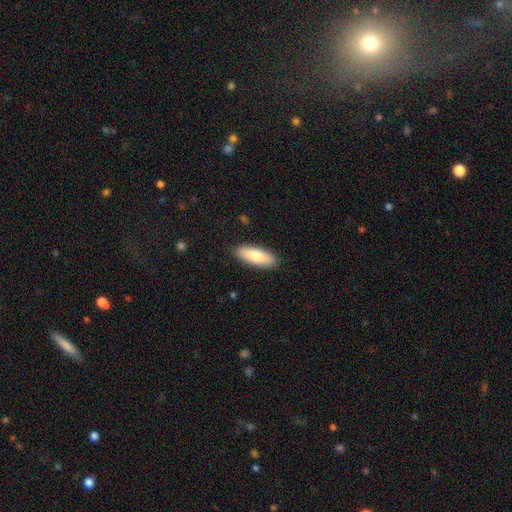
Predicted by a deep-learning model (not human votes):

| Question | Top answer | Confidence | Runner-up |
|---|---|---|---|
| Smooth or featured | smooth | 80% | featured or disk (14%) |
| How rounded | in between | 70% | cigar-shaped (28%) |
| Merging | none | 89% | minor disturbance (8%) |